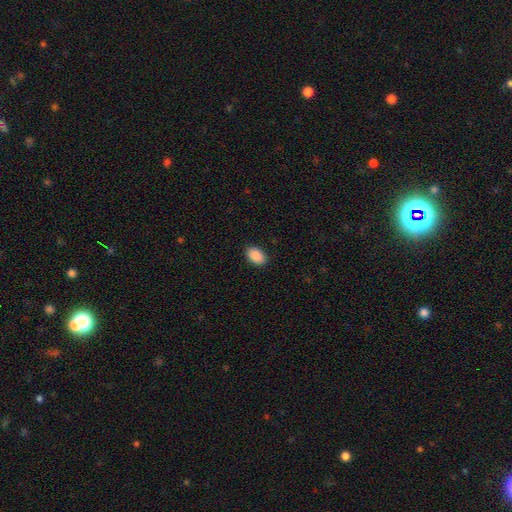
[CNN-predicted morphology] Smooth or featured: smooth — 91% (star or artifact — 7%)
How rounded: in between — 89% (round — 10%)
Merging: none — 89% (minor disturbance — 8%)